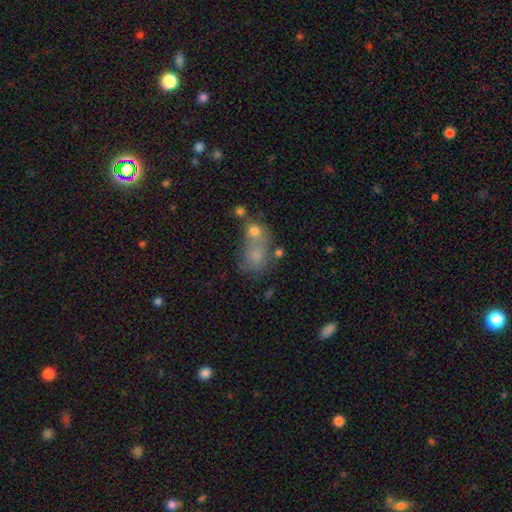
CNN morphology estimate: Smooth or featured? smooth (69%)
How rounded? in between (57%)
Merging? merger (49%)